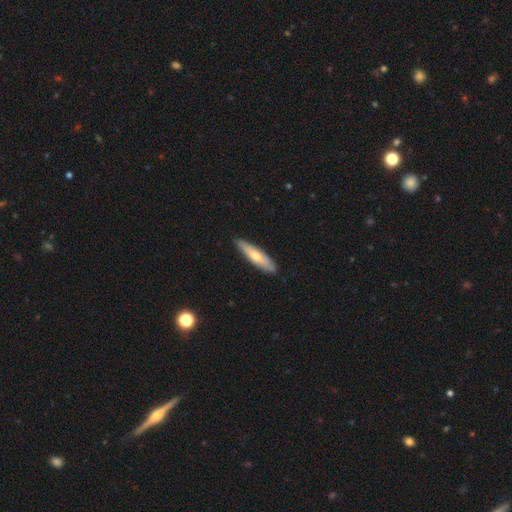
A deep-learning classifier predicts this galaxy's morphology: smooth 60%, featured or disk 35%, star or artifact 5%. Down the decision tree: how rounded — cigar-shaped (75%); merging — none (87%).